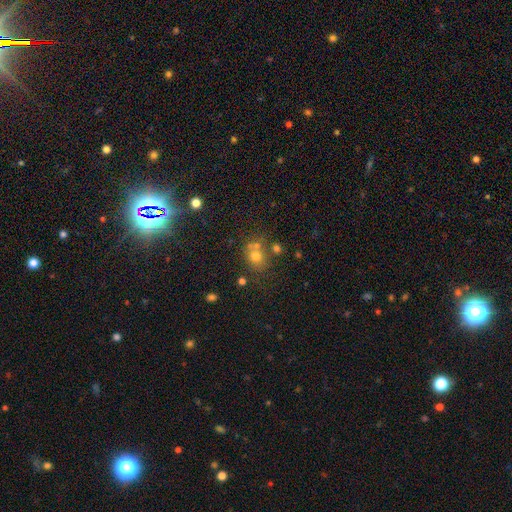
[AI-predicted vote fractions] smooth 64%, star or artifact 22%, featured or disk 14%. Down the decision tree: how rounded — round (71%); merging — none (58%).